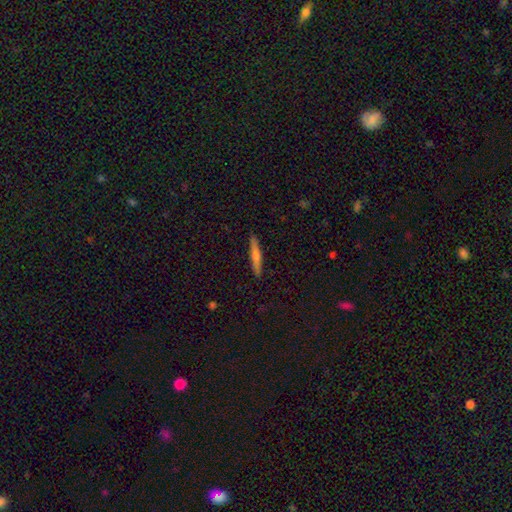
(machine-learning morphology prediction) This appears to be a smooth galaxy with no disk features (49%). Merging: none (91%).